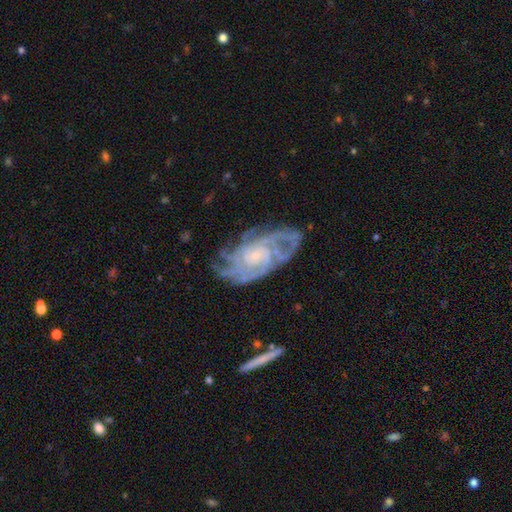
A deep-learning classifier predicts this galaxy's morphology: Smooth or featured? Predicted: featured or disk (p=0.87). Edge-on disk? Predicted: no (p=0.95). Bar? Predicted: no (p=0.68). Spiral arms? Predicted: yes (p=0.97). Spiral winding? Predicted: tight (p=0.68). Spiral arm count? Predicted: can't tell (p=0.28). Bulge size? Predicted: small (p=0.69). Merging? Predicted: none (p=0.72).